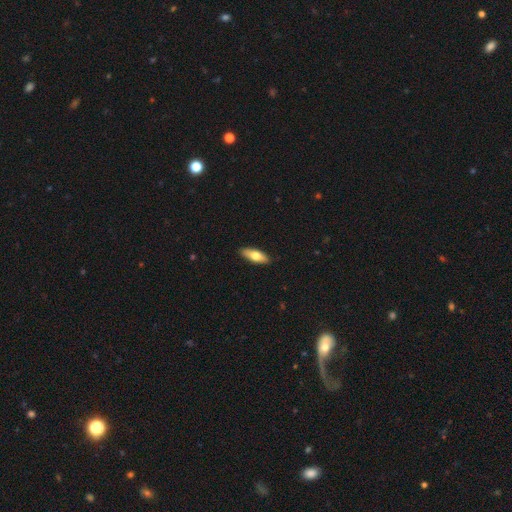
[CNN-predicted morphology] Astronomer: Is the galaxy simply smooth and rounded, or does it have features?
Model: smooth — 69%.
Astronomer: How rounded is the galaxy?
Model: in between — 63%.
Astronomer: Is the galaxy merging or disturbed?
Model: none — 90%.